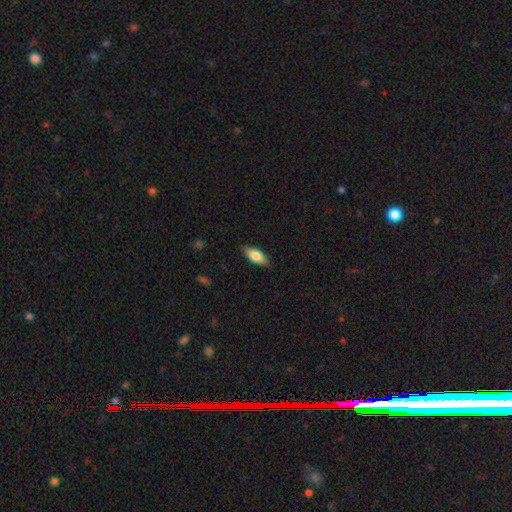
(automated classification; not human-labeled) smooth-or-featured: smooth: 78% | featured or disk: 16% | star or artifact: 6%
  how-rounded: in between: 85% | cigar-shaped: 12% | round: 3%
  merging: none: 85% | minor disturbance: 12% | major disturbance: 2% | merger: 1%